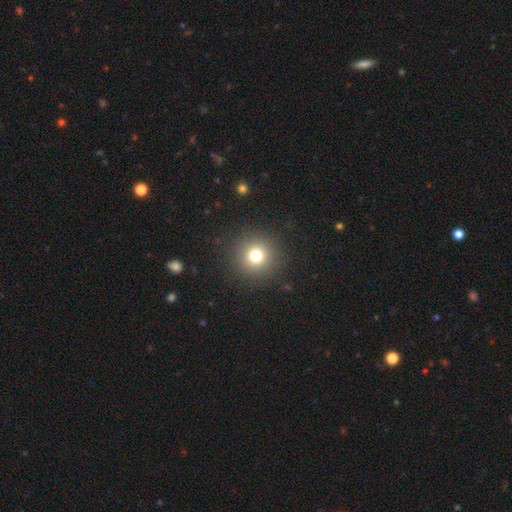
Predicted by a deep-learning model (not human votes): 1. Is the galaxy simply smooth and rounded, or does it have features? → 75% smooth, 15% star or artifact, 10% featured or disk.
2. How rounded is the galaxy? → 95% round, 4% in between, 1% cigar-shaped.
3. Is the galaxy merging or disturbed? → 90% none, 6% minor disturbance, 3% major disturbance, 1% merger.